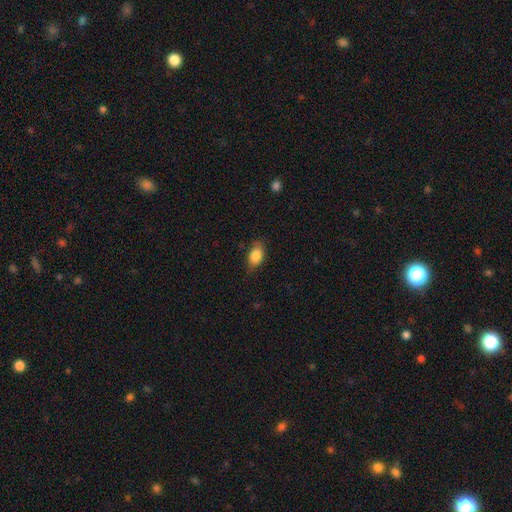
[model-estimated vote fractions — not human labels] A smooth galaxy with no disk features (85%) that is in between round and cigar-shaped (85%). Merging: none (73%).